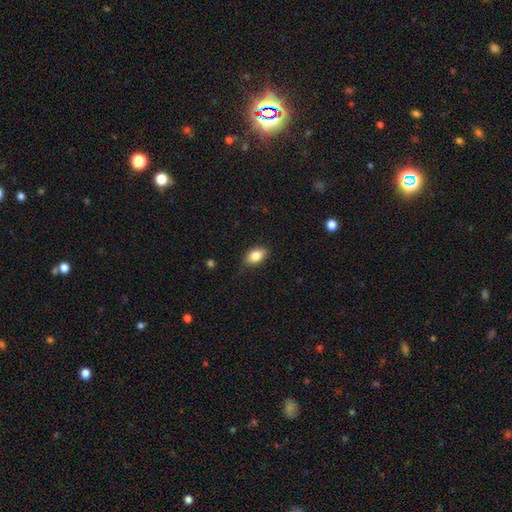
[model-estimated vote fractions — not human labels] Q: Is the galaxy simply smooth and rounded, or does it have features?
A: smooth — 83%.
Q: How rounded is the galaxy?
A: in between — 88%.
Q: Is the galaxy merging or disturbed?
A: none — 81%.